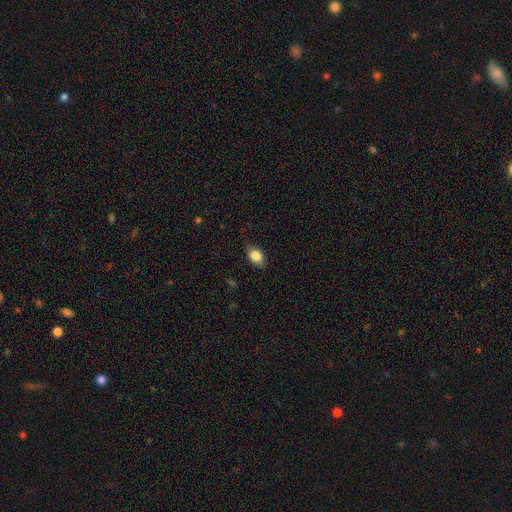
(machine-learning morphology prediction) type=smooth (85%); roundness=in between (85%); merging=none (79%).